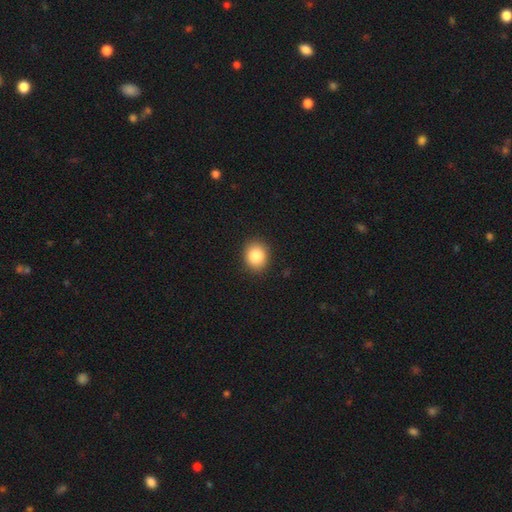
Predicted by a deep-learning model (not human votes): Smooth or featured?
  - smooth: 85% *
  - star or artifact: 9%
  - featured or disk: 6%
How rounded?
  - round: 67% *
  - in between: 32%
  - cigar-shaped: 1%
Merging?
  - none: 90% *
  - minor disturbance: 7%
  - major disturbance: 2%
  - merger: 1%